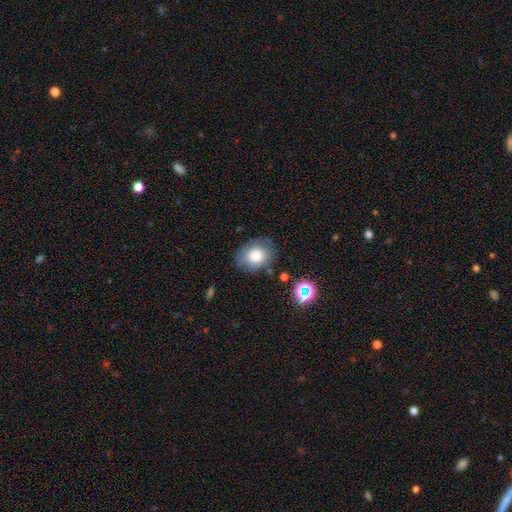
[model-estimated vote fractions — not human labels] smooth_or_featured: smooth (p=0.77) [alt: featured or disk p=0.13]
how_rounded: in between (p=0.58) [alt: round p=0.41]
merging: none (p=0.77) [alt: minor disturbance p=0.16]